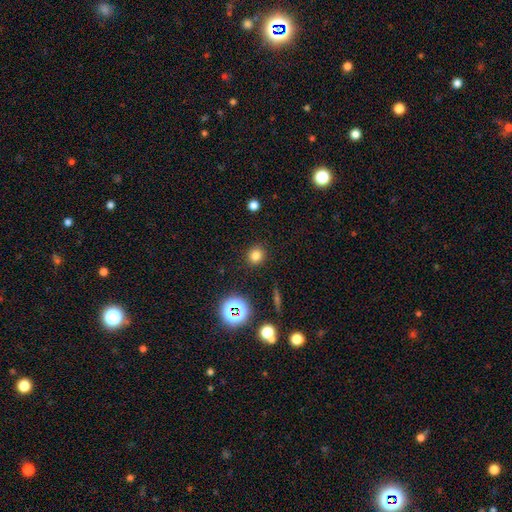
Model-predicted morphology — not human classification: A smooth galaxy with no disk features (77%) that is round (88%).

Vote fractions:
- Smooth or featured? smooth: 77% / star or artifact: 17% / featured or disk: 6%
- How rounded? round: 88% / in between: 11% / cigar-shaped: 1%
- Merging? none: 90% / minor disturbance: 6% / major disturbance: 2% / merger: 1%